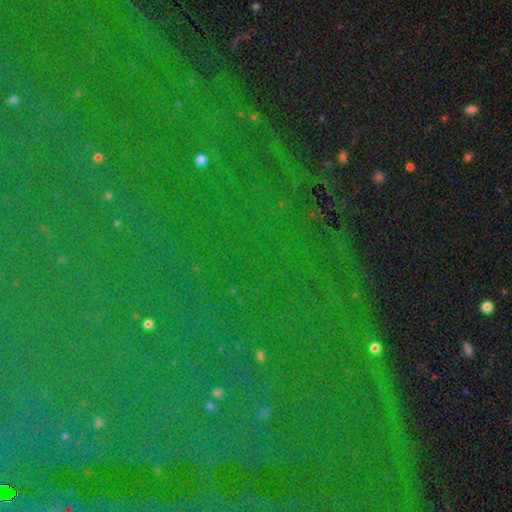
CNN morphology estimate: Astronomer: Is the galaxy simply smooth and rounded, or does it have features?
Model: star or artifact — 83%.